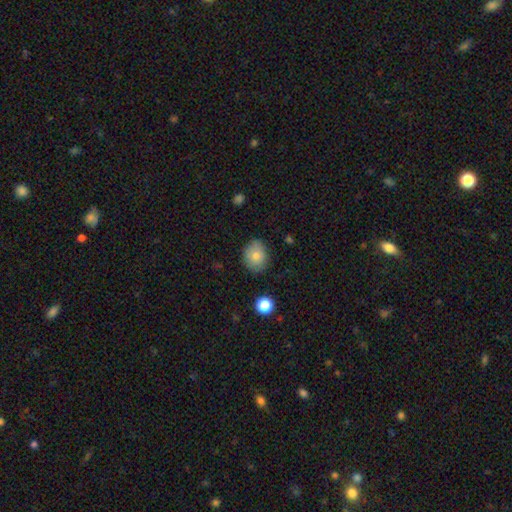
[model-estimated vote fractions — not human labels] The model was most divided on "how rounded": round: 52%, in between: 47%, cigar-shaped: 1%. More confident: merging — none (83%); smooth or featured — smooth (78%).